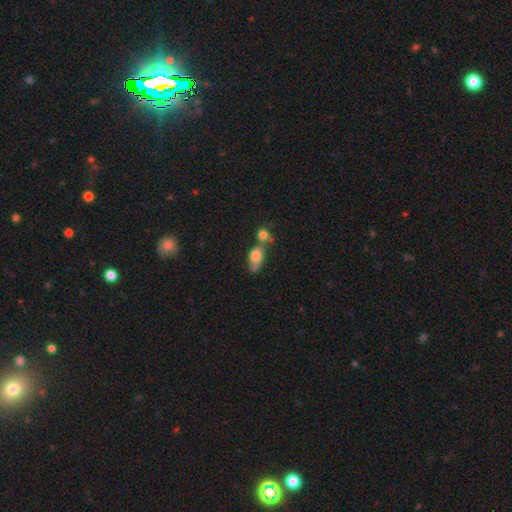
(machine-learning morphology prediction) Smooth or featured?
  - smooth: 68% *
  - featured or disk: 23%
  - star or artifact: 9%
How rounded?
  - in between: 72% *
  - round: 14%
  - cigar-shaped: 13%
Merging?
  - merger: 48% *
  - none: 28%
  - minor disturbance: 14%
  - major disturbance: 10%